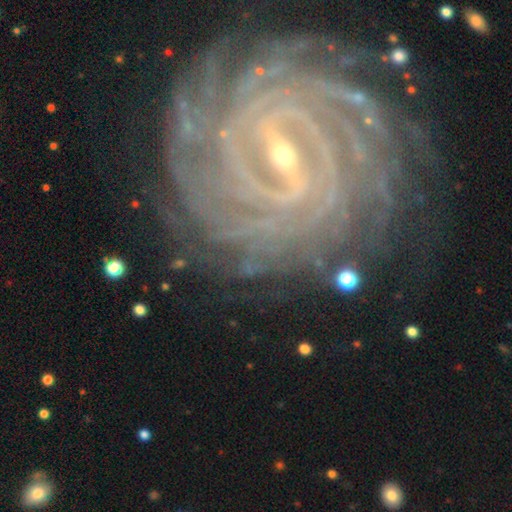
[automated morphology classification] This is clearly a featured or disk galaxy (89%). It is clearly not viewed edge-on (95%). Bar: likely strong (71%). Spiral arm pattern: clearly yes (96%). Spiral arm count: marginally can't tell (22%). Spiral winding: clearly tight (81%). Central bulge: likely small (69%). Merging: likely none (76%).